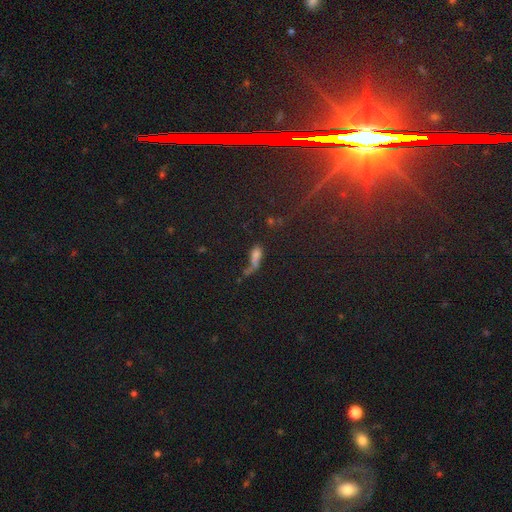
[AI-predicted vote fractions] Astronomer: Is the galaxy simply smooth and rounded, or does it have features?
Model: smooth — 52% (runner-up: star or artifact, 28%).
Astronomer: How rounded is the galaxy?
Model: in between — 59%.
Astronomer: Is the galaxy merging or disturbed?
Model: merger — 29% (runner-up: major disturbance, 28%).